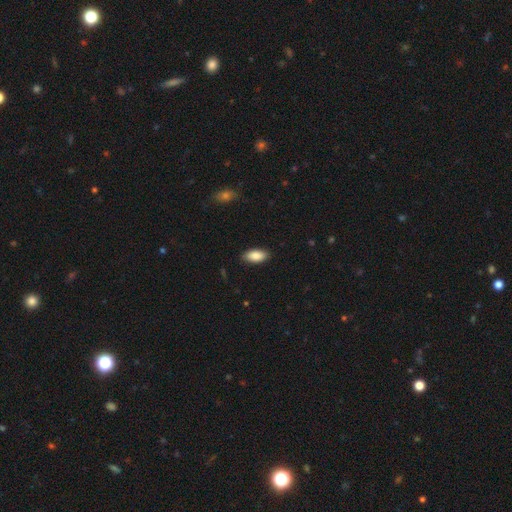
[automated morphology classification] Overall: smooth (89%). How rounded: in between (92%). Merging: none (88%).